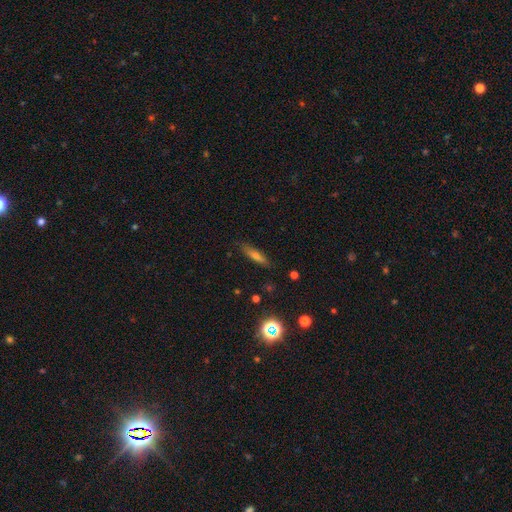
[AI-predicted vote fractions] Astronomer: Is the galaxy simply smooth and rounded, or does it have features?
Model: smooth — 55% (runner-up: featured or disk, 33%).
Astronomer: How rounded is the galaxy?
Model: cigar-shaped — 80%.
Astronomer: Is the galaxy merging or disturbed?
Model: none — 86%.